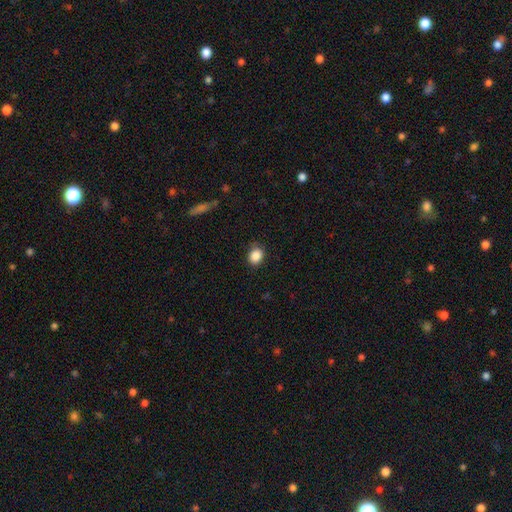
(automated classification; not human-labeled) Smooth or featured: smooth — 87% (star or artifact — 9%)
How rounded: round — 57% (in between — 42%)
Merging: none — 82% (minor disturbance — 14%)